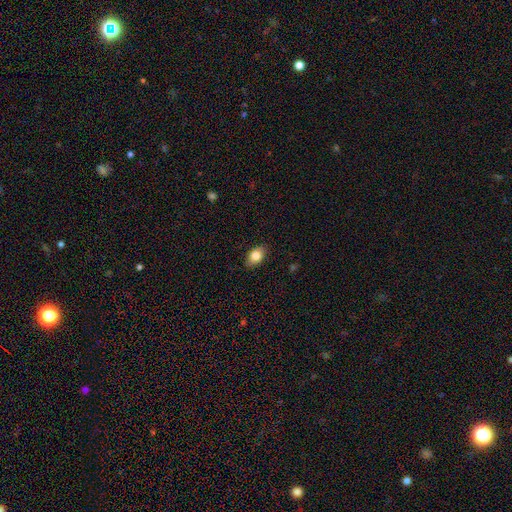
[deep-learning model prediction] Q: Smooth or featured?
A: smooth (82%); runner-up: featured or disk (10%)
Q: How rounded?
A: in between (85%); runner-up: round (13%)
Q: Merging?
A: none (87%); runner-up: minor disturbance (10%)